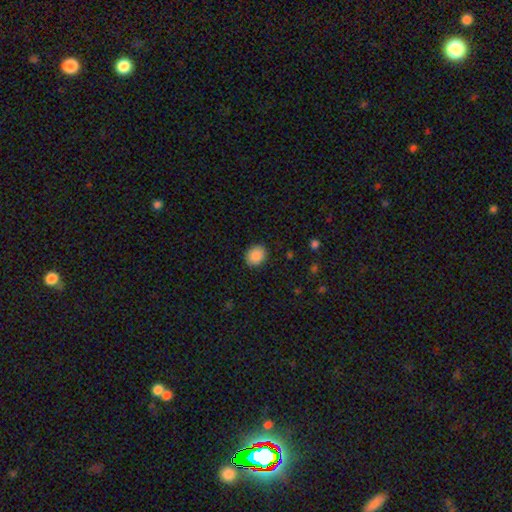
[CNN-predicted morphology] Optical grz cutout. It shows a smooth galaxy with no disk features (89%) that is round (55%). Merging: none (88%).